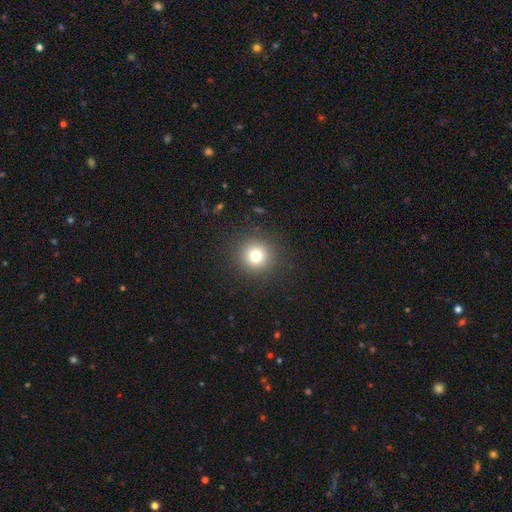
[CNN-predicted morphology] type=smooth (76%); roundness=round (95%); merging=none (91%).